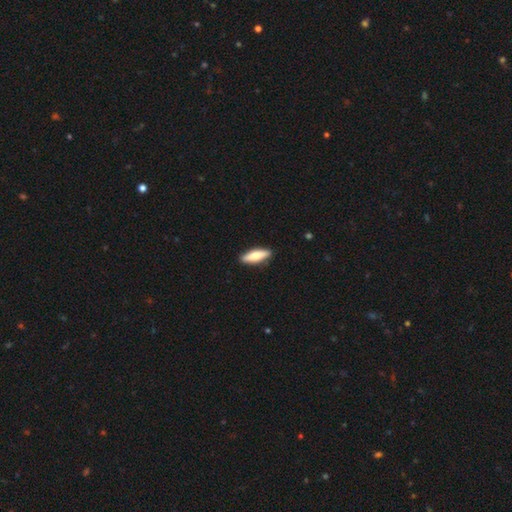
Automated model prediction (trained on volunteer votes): Overall: smooth (67%; featured or disk 28%). How rounded: cigar-shaped (56%; in between 42%). Merging: none (90%).